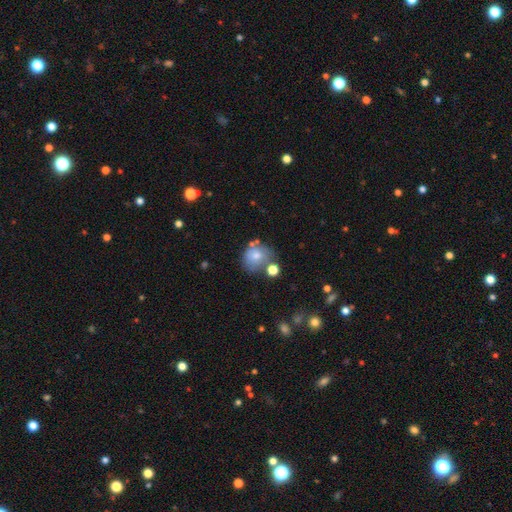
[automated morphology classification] A smooth galaxy with no disk features (72%) that is round (77%). Merging: none (52%).